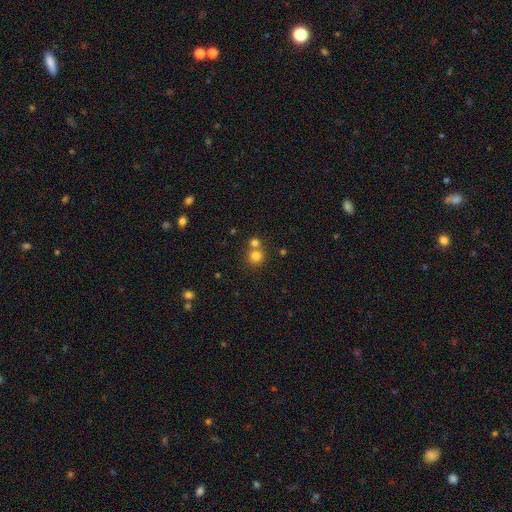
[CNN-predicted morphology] type=smooth (79%); roundness=round (91%); merging=none (57%).